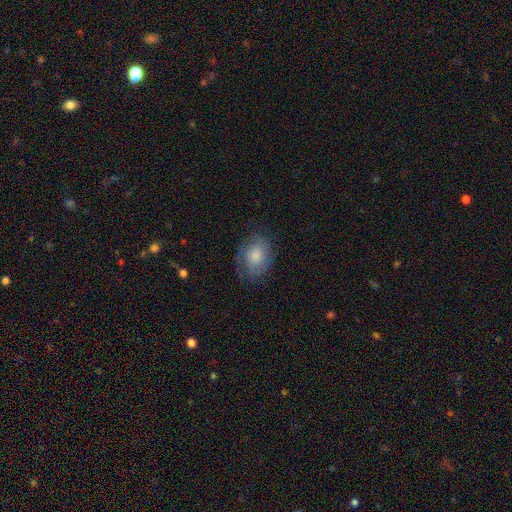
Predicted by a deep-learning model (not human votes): smooth_or_featured: smooth (p=0.62) [alt: featured or disk p=0.30]
how_rounded: in between (p=0.69) [alt: round p=0.29]
merging: none (p=0.71) [alt: minor disturbance p=0.20]